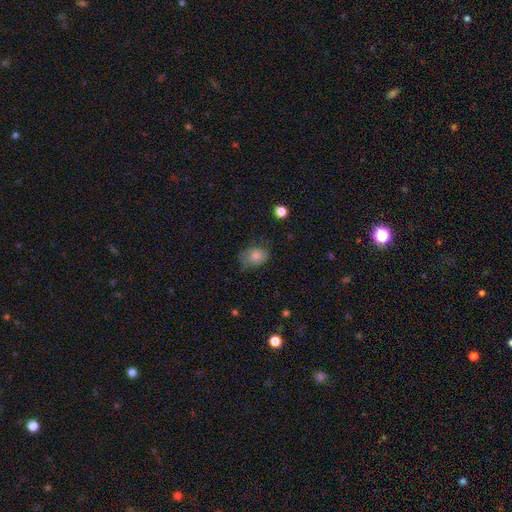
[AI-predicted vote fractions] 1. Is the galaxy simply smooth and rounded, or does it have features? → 69% smooth, 21% featured or disk, 10% star or artifact.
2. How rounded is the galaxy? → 61% in between, 38% round, 1% cigar-shaped.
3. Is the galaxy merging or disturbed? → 59% none, 28% minor disturbance, 11% major disturbance, 1% merger.